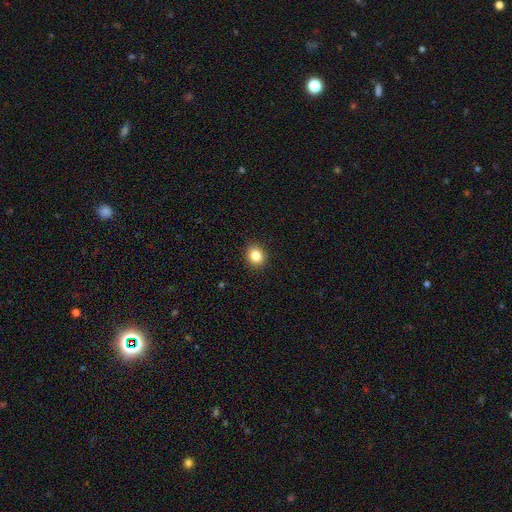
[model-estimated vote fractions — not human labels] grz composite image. It shows a smooth galaxy with no disk features (84%) that is round (75%). Merging: none (91%).